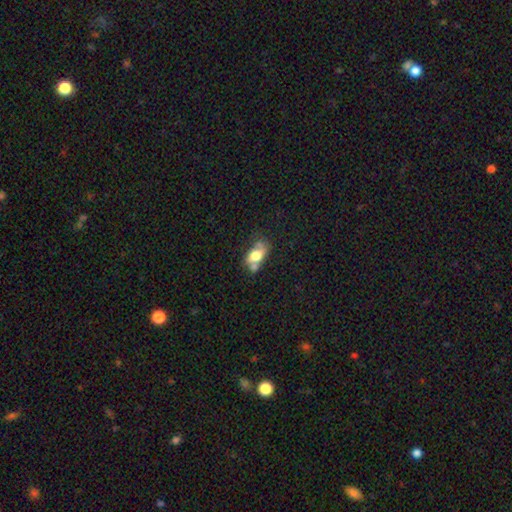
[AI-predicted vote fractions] Q: Smooth or featured?
A: smooth (63%); runner-up: featured or disk (29%)
Q: How rounded?
A: in between (84%); runner-up: round (9%)
Q: Merging?
A: none (38%); runner-up: merger (29%)